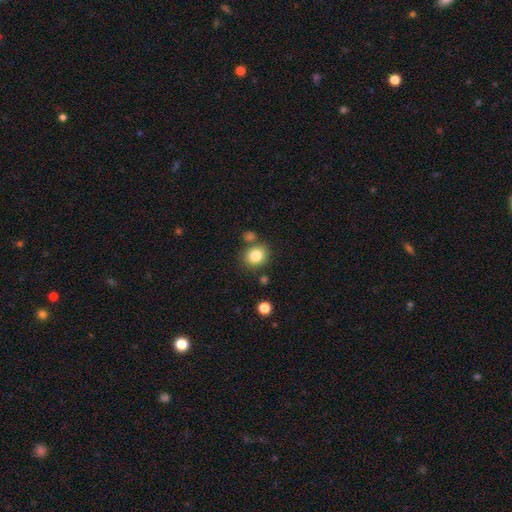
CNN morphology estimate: This is clearly a smooth galaxy (82%). How rounded: likely round (70%). Merging: likely none (74%).